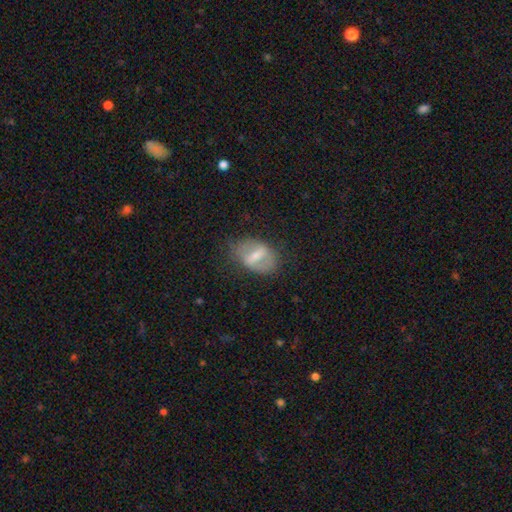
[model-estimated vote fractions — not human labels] Smooth or featured? Predicted: featured or disk (p=0.56). Edge-on disk? Predicted: no (p=0.90). Bar? Predicted: strong (p=0.62). Spiral arms? Predicted: no (p=0.69). Bulge size? Predicted: moderate (p=0.41). Merging? Predicted: none (p=0.66).